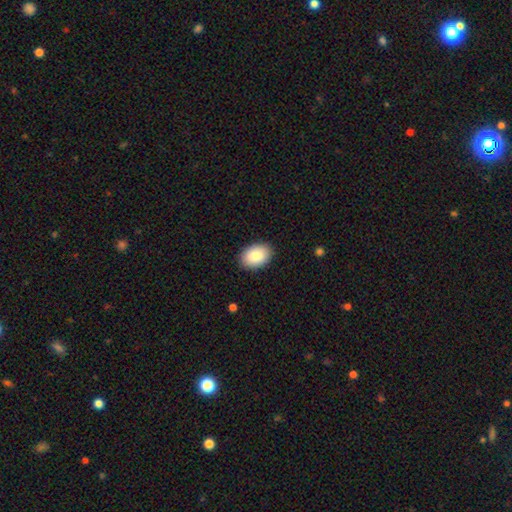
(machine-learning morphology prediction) type=smooth (86%); roundness=in between (85%); merging=none (89%).